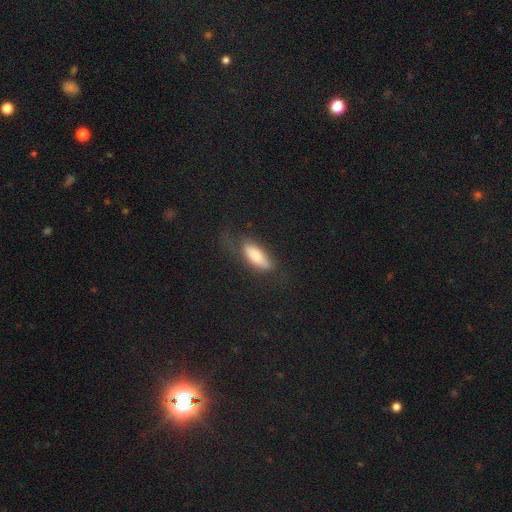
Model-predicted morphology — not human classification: smooth-or-featured: smooth: 73% | featured or disk: 20% | star or artifact: 7%
  how-rounded: in between: 66% | cigar-shaped: 31% | round: 2%
  merging: none: 54% | minor disturbance: 26% | major disturbance: 18% | merger: 2%